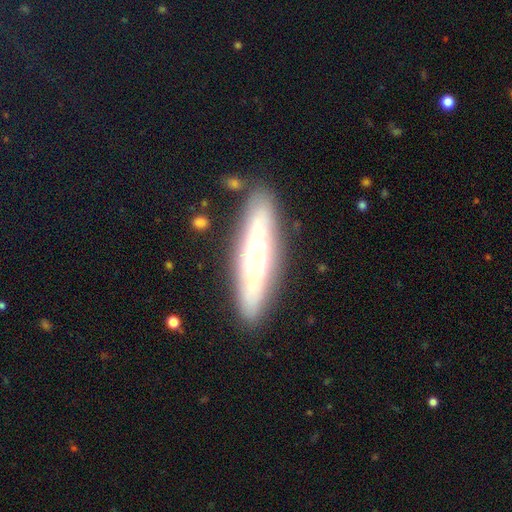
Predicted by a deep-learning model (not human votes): This appears to be a featured or disk galaxy (53%) viewed edge-on (64%). Merging: none (83%).